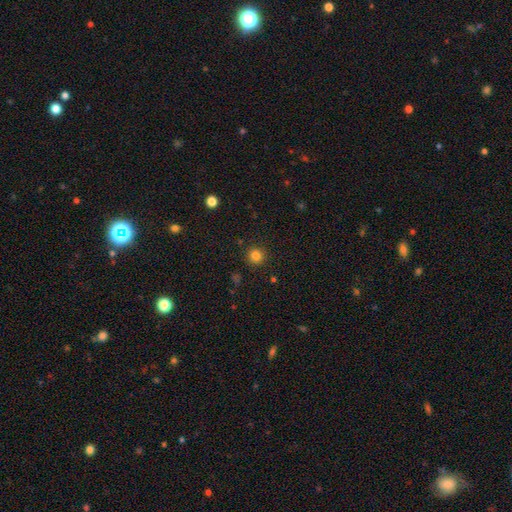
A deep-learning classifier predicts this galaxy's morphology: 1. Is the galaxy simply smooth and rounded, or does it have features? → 83% smooth, 13% star or artifact, 4% featured or disk.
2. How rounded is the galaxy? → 94% round, 5% in between, 1% cigar-shaped.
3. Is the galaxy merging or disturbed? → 91% none, 6% minor disturbance, 2% major disturbance, 2% merger.